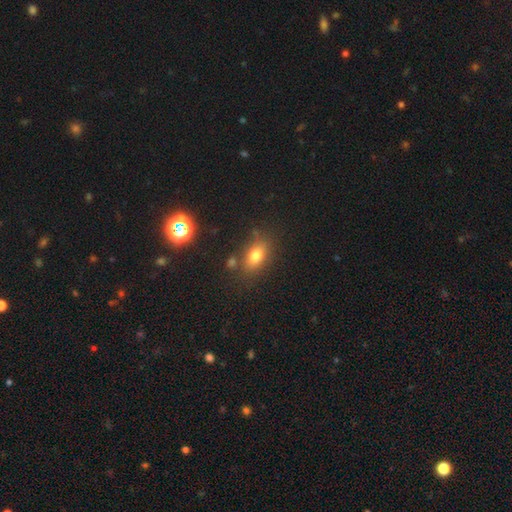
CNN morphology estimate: smooth 76%, star or artifact 12%, featured or disk 12%. Down the decision tree: how rounded — in between (81%); merging — none (74%).